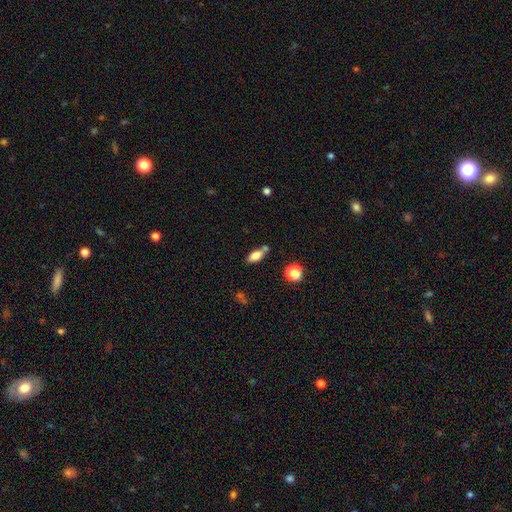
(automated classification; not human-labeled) This appears to be a smooth galaxy with no disk features (78%) that is in between round and cigar-shaped (83%). Merging: none (59%).